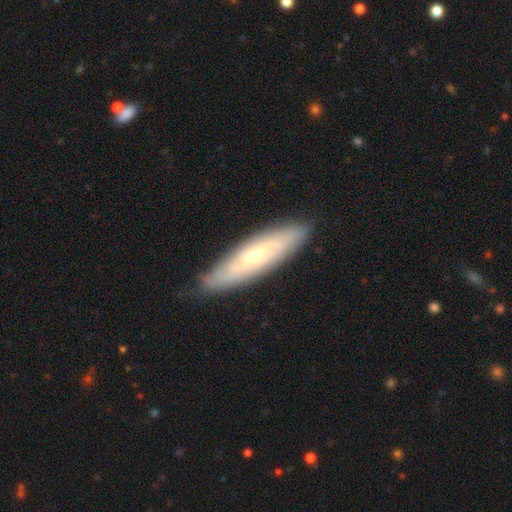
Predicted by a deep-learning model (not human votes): Smooth or featured: featured or disk — 57% (smooth — 37%)
Edge-on disk: no — 61% (yes — 39%)
Merging: none — 82% (minor disturbance — 14%)